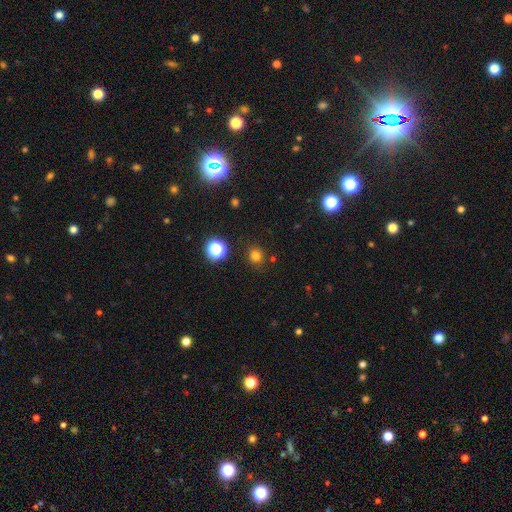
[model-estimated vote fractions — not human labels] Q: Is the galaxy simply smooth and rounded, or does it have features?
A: smooth — 77%.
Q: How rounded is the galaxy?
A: round — 87%.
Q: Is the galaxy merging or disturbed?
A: none — 87%.